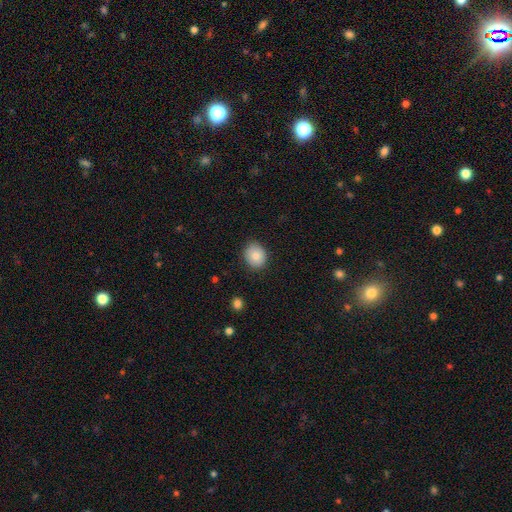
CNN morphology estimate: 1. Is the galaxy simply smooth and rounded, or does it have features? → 83% smooth, 8% star or artifact, 8% featured or disk.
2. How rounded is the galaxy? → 64% round, 35% in between, 1% cigar-shaped.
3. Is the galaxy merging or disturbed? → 86% none, 11% minor disturbance, 2% major disturbance, 1% merger.